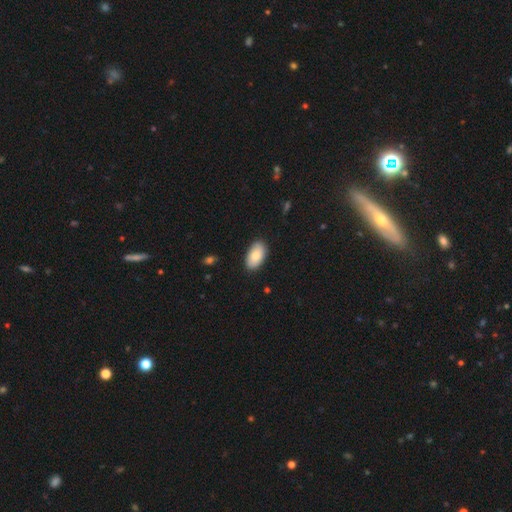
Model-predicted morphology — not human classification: Q: Smooth or featured?
A: smooth (81%); runner-up: featured or disk (13%)
Q: How rounded?
A: in between (95%); runner-up: round (4%)
Q: Merging?
A: none (87%); runner-up: minor disturbance (10%)